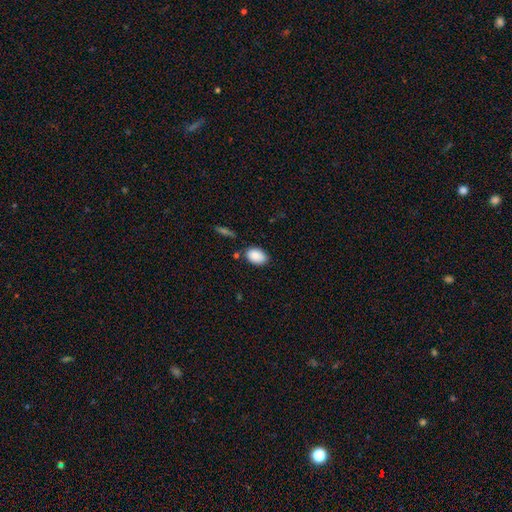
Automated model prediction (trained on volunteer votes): smooth_or_featured: smooth (p=0.88) [alt: star or artifact p=0.07]
how_rounded: in between (p=0.88) [alt: round p=0.10]
merging: none (p=0.78) [alt: minor disturbance p=0.15]